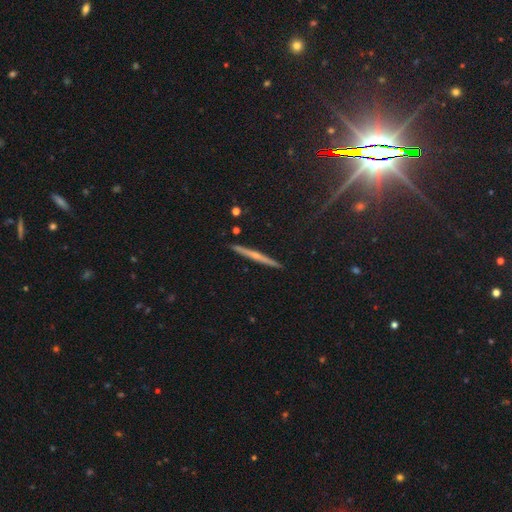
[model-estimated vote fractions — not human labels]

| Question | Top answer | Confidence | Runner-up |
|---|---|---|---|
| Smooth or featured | featured or disk | 62% | smooth (29%) |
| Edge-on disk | yes | 98% | no (2%) |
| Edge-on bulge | rounded | 49% | none (46%) |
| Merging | none | 91% | minor disturbance (6%) |